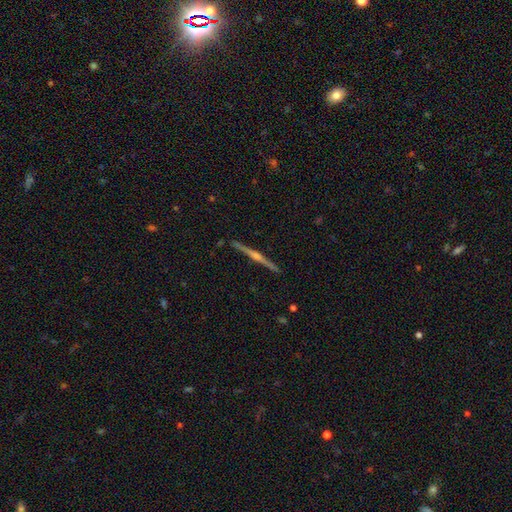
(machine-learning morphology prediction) Smooth or featured: featured or disk — 77% (smooth — 14%)
Edge-on disk: yes — 97% (no — 3%)
Edge-on bulge: rounded — 81% (none — 12%)
Merging: none — 89% (minor disturbance — 7%)